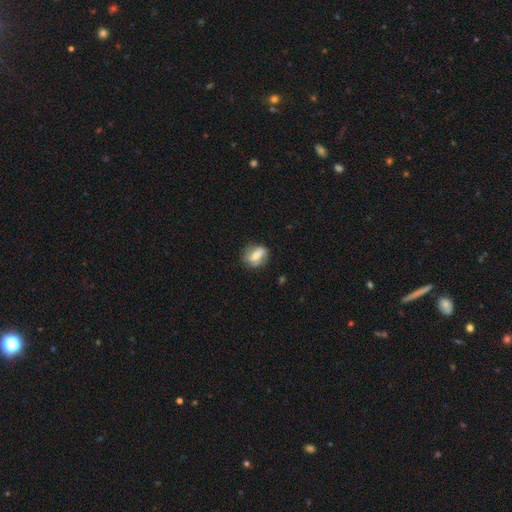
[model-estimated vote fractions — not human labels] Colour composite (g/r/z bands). It shows a featured or disk galaxy (46%). Merging: none (70%).